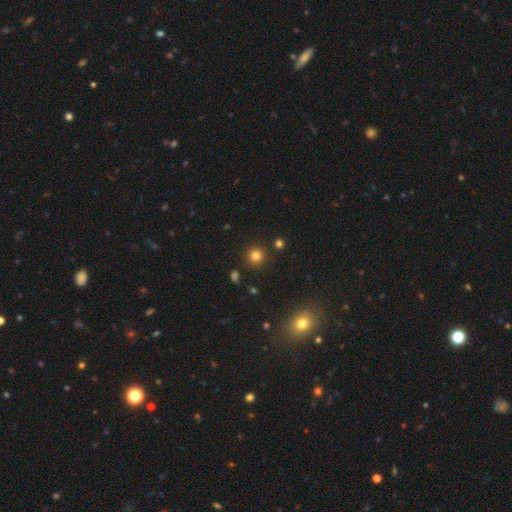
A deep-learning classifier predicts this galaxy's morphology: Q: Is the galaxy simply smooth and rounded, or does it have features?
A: smooth — 80%.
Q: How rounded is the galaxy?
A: round — 93%.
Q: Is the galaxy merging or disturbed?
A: none — 89%.